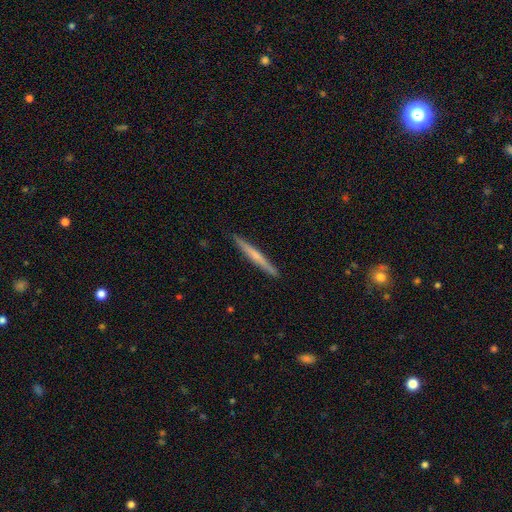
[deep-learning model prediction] A featured or disk galaxy (50%). Merging: none (91%).